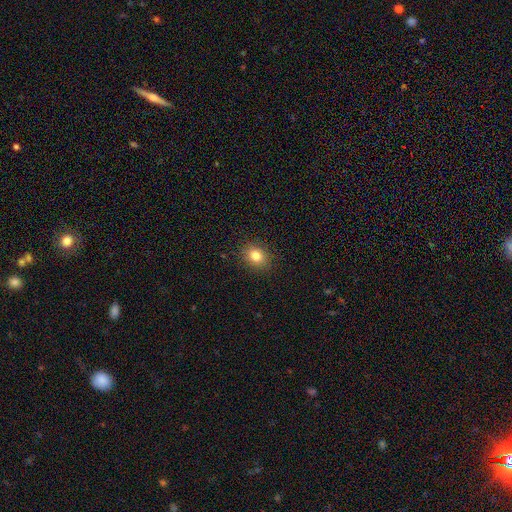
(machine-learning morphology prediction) Smooth or featured?
  - smooth: 82% *
  - star or artifact: 11%
  - featured or disk: 7%
How rounded?
  - round: 51% *
  - in between: 48%
  - cigar-shaped: 1%
Merging?
  - none: 89% *
  - minor disturbance: 8%
  - major disturbance: 2%
  - merger: 1%